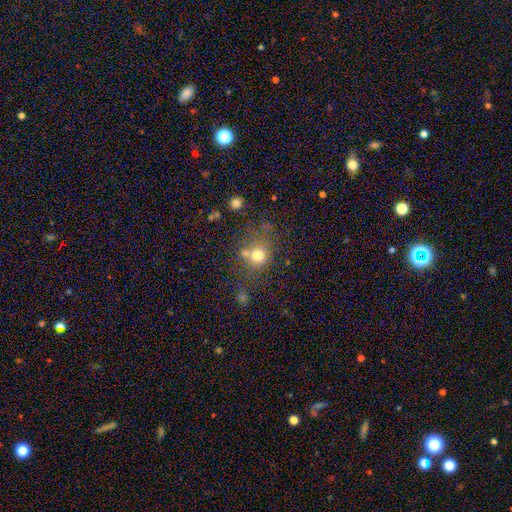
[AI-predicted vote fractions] Smooth or featured: smooth — 71% (star or artifact — 16%)
How rounded: round — 75% (in between — 24%)
Merging: none — 52% (merger — 26%)